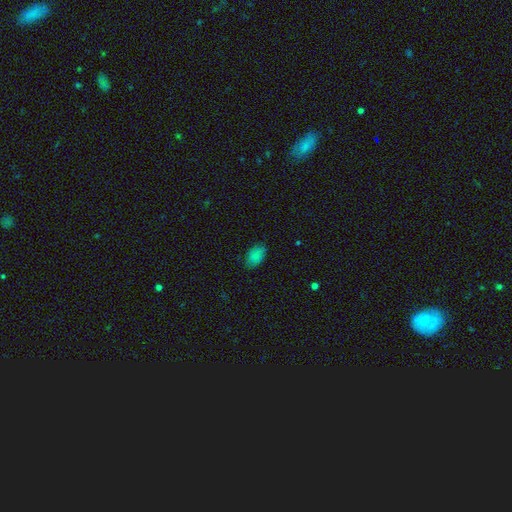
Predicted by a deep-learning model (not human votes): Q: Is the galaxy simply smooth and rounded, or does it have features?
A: smooth — 84%.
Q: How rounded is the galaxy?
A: in between — 89%.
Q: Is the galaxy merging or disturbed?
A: none — 80%.